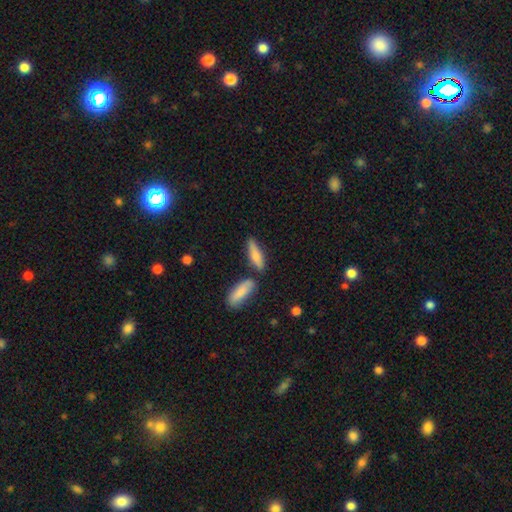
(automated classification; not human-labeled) Q: Smooth or featured?
A: smooth (70%); runner-up: featured or disk (23%)
Q: How rounded?
A: cigar-shaped (64%); runner-up: in between (33%)
Q: Merging?
A: none (67%); runner-up: merger (15%)